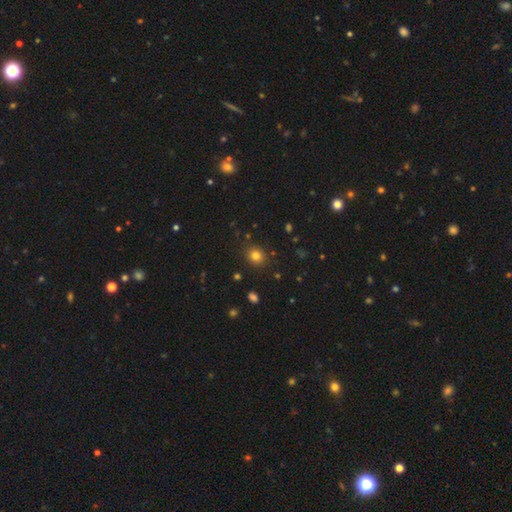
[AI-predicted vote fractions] smooth 79%, star or artifact 15%, featured or disk 6%. Down the decision tree: how rounded — round (78%); merging — none (87%).